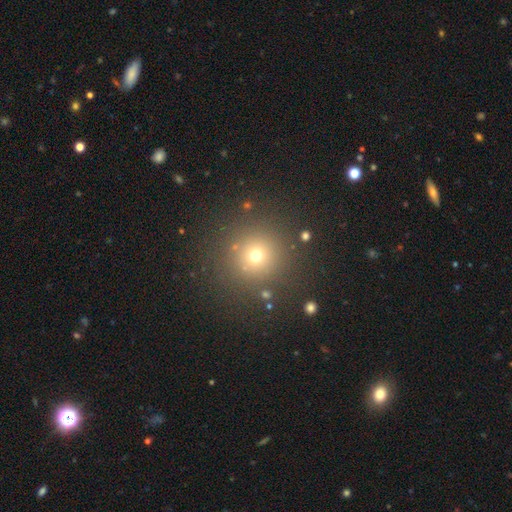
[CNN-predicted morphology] This is likely a smooth galaxy (69%). How rounded: clearly round (94%). Merging: clearly none (87%).